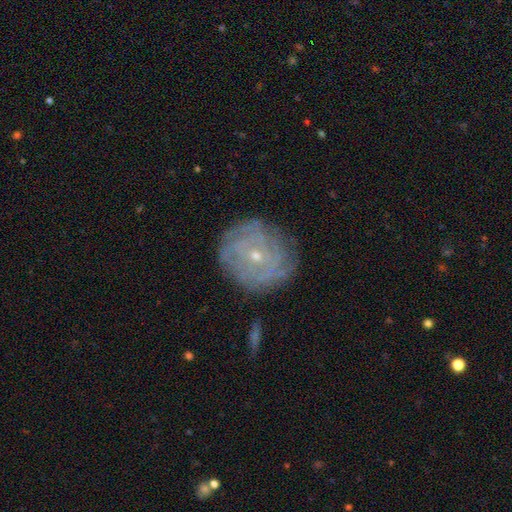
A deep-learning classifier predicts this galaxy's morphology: Smooth or featured? featured or disk (75%)
Edge-on disk? no (96%)
Bar? no (73%)
Spiral arms? yes (88%)
Spiral winding? tight (78%)
Spiral arm count? can't tell (49%)
Bulge size? small (75%)
Merging? none (82%)